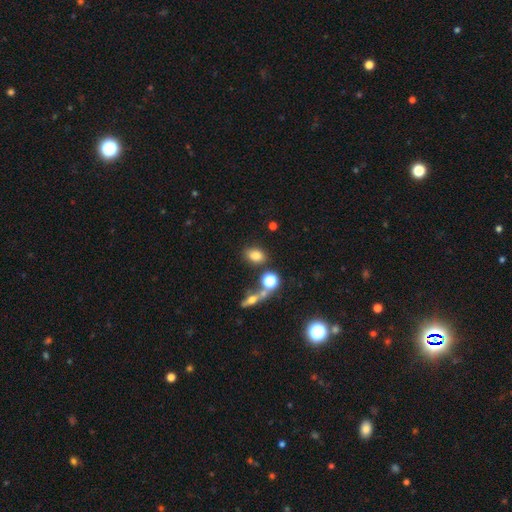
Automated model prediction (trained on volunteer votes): Smooth or featured? Predicted: smooth (p=0.76). How rounded? Predicted: in between (p=0.67). Merging? Predicted: none (p=0.75).